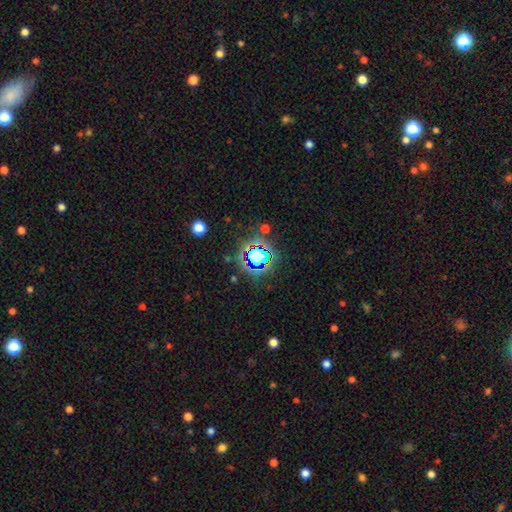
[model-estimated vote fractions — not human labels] star or artifact 60%, smooth 27%, featured or disk 13%.